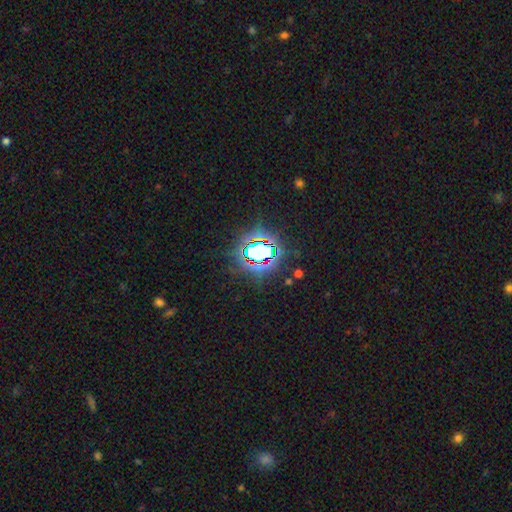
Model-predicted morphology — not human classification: This is likely a star or artifact rather than a galaxy (73%).